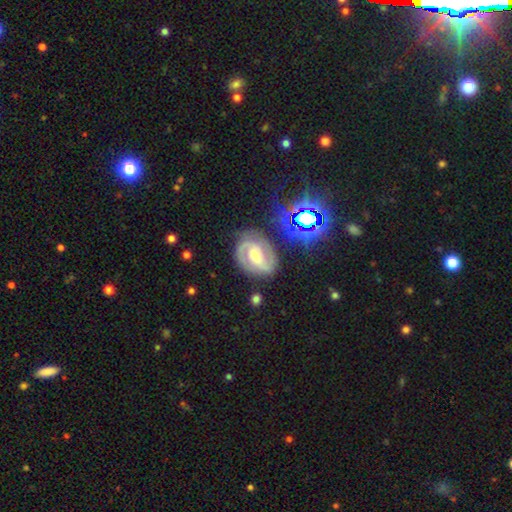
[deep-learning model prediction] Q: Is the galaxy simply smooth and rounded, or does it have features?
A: featured or disk — 79%.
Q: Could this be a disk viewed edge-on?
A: no — 97%.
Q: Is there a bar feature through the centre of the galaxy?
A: weak — 45%.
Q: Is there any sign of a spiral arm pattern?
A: yes — 94%.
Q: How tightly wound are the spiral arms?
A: medium — 45%.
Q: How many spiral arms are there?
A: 2 — 84%.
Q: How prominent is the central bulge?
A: moderate — 54%.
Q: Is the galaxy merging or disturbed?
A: none — 76%.